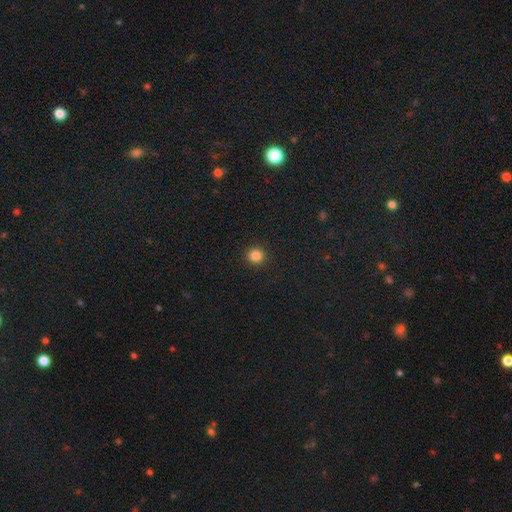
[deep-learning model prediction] The model was most divided on "smooth or featured": smooth: 85%, star or artifact: 12%, featured or disk: 3%. More confident: merging — none (92%); how rounded — round (90%).